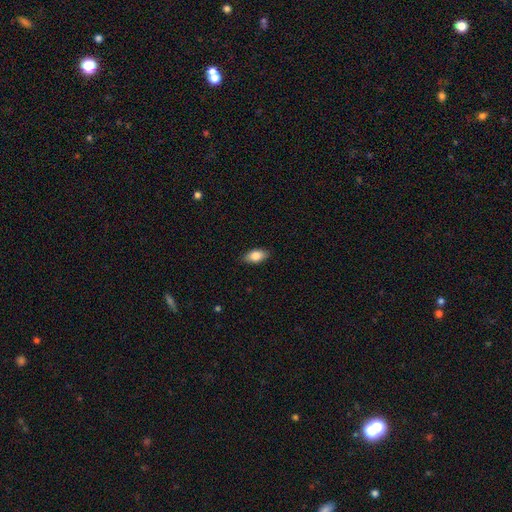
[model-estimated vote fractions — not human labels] Smooth or featured? smooth (84%)
How rounded? in between (91%)
Merging? none (87%)